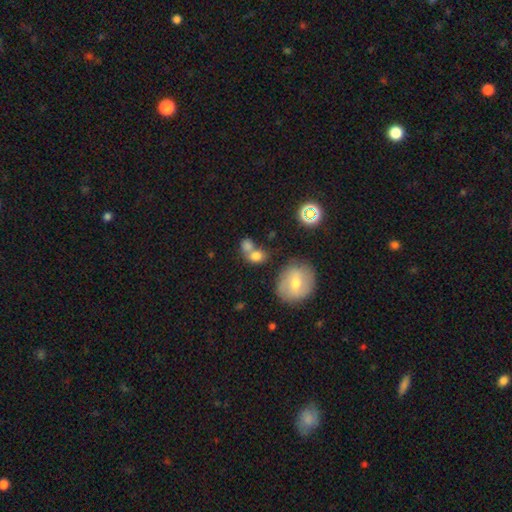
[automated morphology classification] A smooth galaxy with no disk features (76%) that is round (54%). Merging: merger (45%).